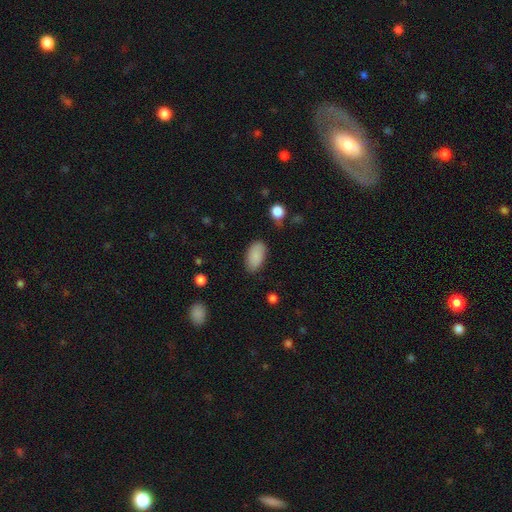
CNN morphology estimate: This appears to be a smooth galaxy with no disk features (88%) that is in between round and cigar-shaped (94%). Merging: none (80%).